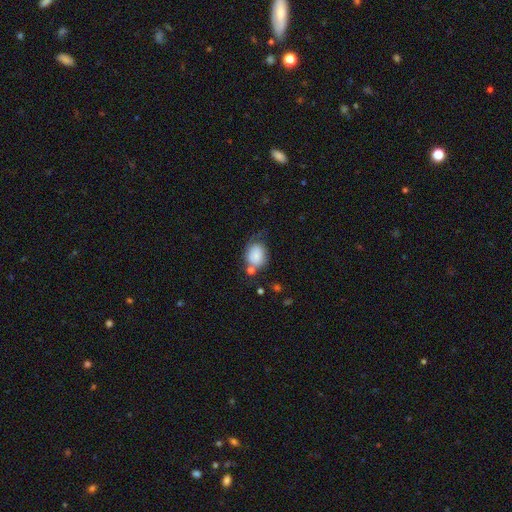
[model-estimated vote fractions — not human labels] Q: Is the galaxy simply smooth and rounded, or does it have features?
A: smooth — 81%.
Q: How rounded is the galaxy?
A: in between — 54%.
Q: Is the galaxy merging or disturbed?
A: none — 44%.